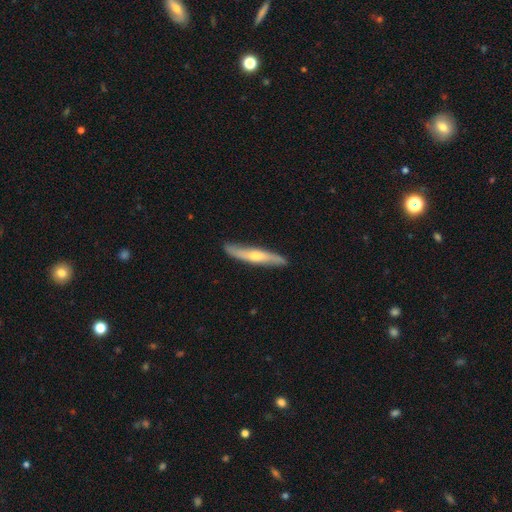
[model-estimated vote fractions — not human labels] This is likely a featured or disk galaxy (63%). It is likely viewed edge-on (72%). Merging: clearly none (85%).